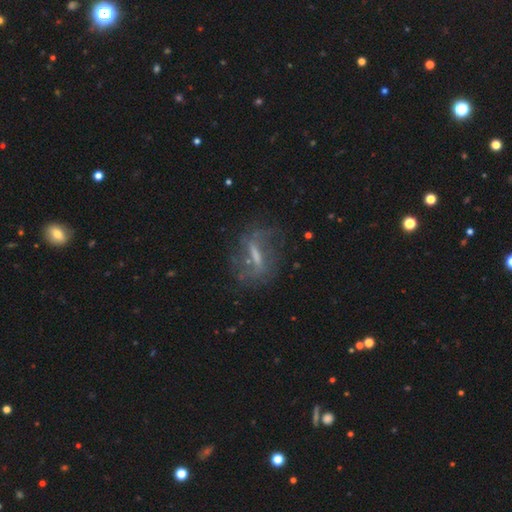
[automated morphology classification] type=featured or disk (63%); edge-on=no (78%); merging=none (63%).